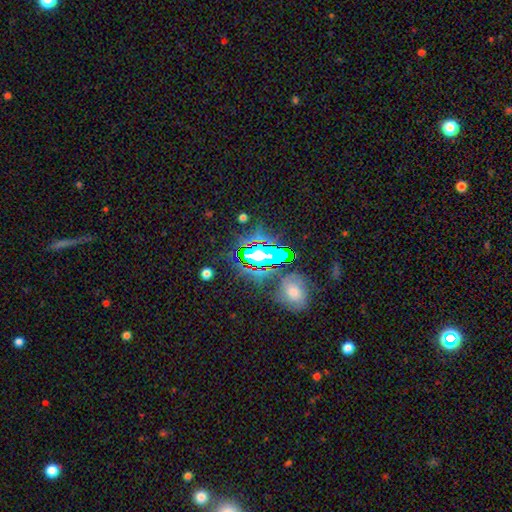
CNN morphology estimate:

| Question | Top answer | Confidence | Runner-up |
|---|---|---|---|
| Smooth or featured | star or artifact | 67% | smooth (21%) |